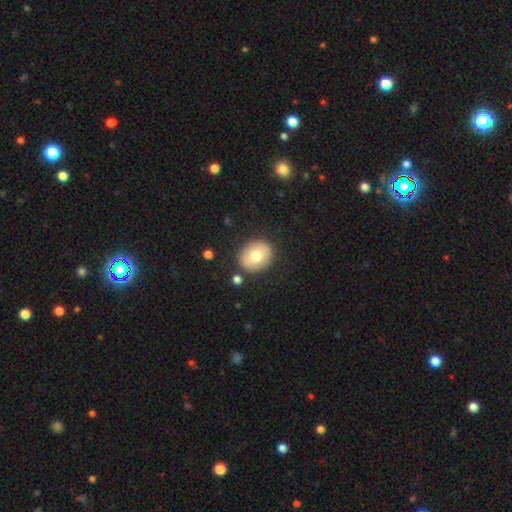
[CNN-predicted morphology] Q: Smooth or featured?
A: smooth (73%); runner-up: featured or disk (19%)
Q: How rounded?
A: round (68%); runner-up: in between (31%)
Q: Merging?
A: none (86%); runner-up: minor disturbance (8%)